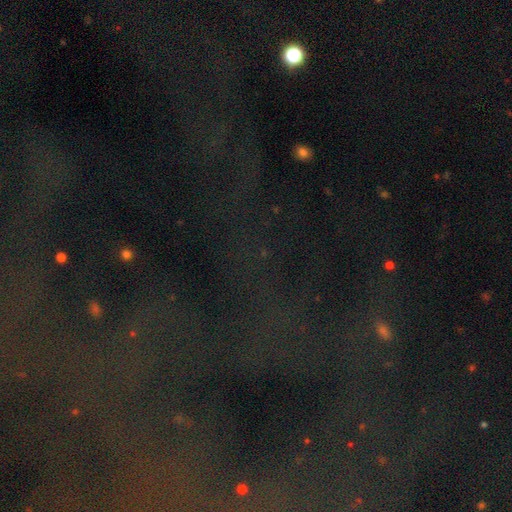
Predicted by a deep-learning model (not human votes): Overall: star or artifact (73%).